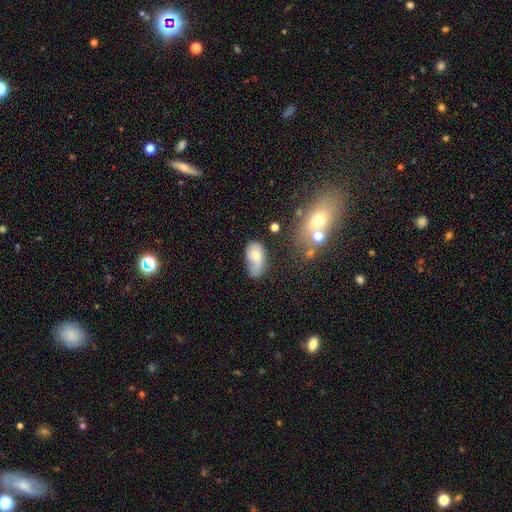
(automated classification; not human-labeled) This appears to be a smooth galaxy with no disk features (64%) that is in between round and cigar-shaped (89%). Merging: minor disturbance (35%).